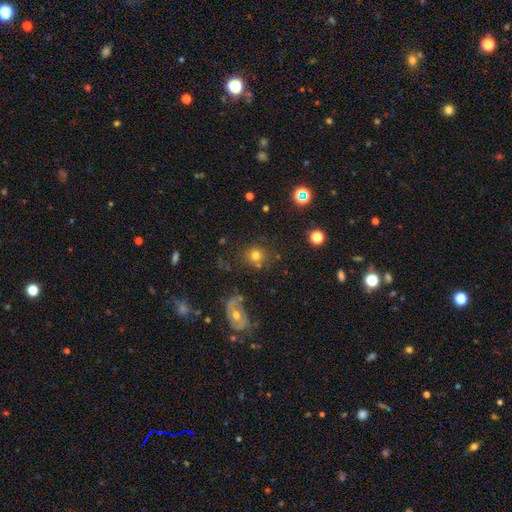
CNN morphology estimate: Smooth or featured?
  - smooth: 72% *
  - star or artifact: 16%
  - featured or disk: 11%
How rounded?
  - round: 86% *
  - in between: 13%
  - cigar-shaped: 1%
Merging?
  - none: 75% *
  - minor disturbance: 11%
  - merger: 9%
  - major disturbance: 5%